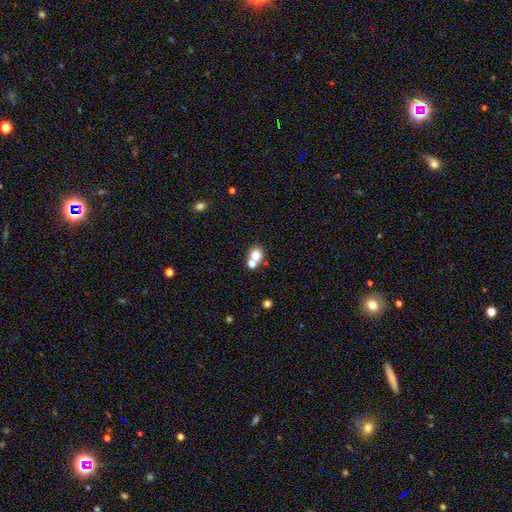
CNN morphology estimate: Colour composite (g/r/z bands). It shows a smooth galaxy with no disk features (77%) that is round (75%). Merging: none (49%).